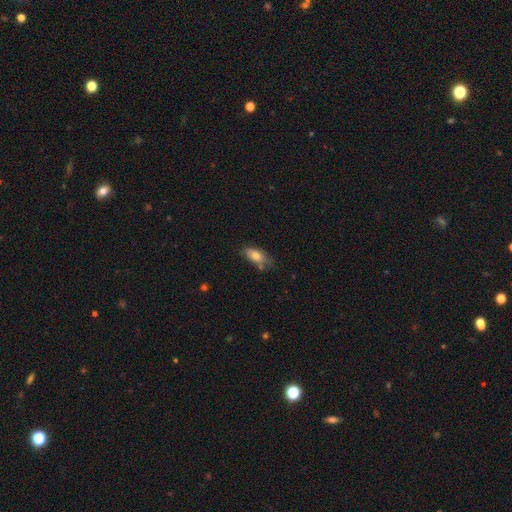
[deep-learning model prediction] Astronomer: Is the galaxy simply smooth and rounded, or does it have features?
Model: smooth — 75%.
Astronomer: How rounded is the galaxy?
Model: in between — 85%.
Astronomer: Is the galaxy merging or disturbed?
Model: none — 59%.